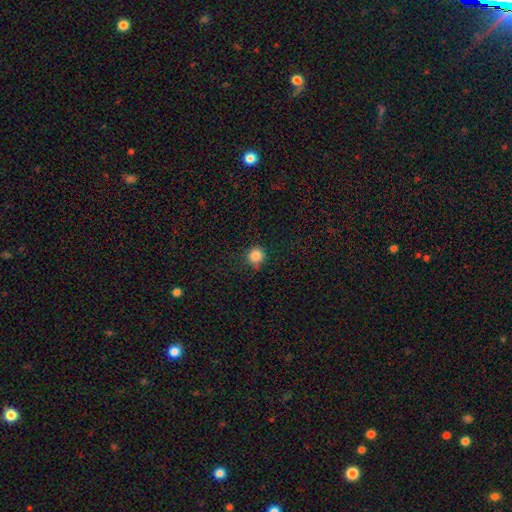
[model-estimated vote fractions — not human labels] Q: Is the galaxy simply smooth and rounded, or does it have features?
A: smooth — 85%.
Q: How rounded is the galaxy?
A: round — 93%.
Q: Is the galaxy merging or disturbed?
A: none — 80%.